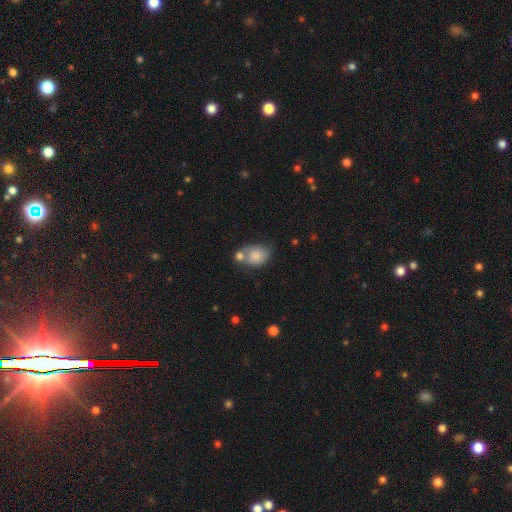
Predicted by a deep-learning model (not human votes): smooth_or_featured: smooth (p=0.79) [alt: featured or disk p=0.13]
how_rounded: in between (p=0.68) [alt: round p=0.31]
merging: none (p=0.40) [alt: merger p=0.36]